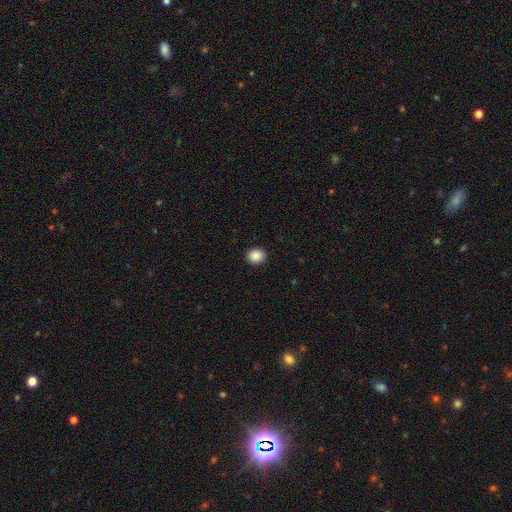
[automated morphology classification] type=smooth (89%); roundness=round (67%); merging=none (91%).